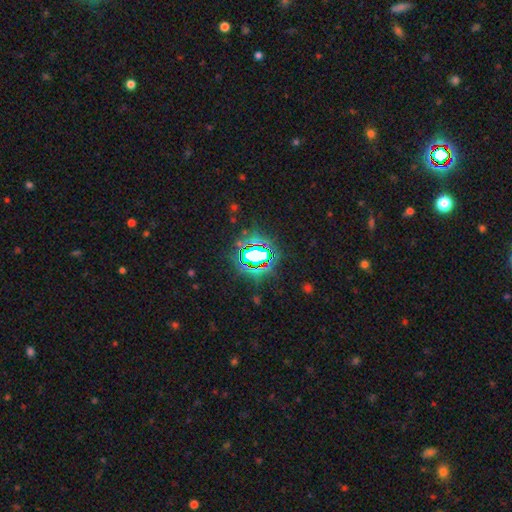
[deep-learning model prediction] Smooth or featured? Predicted: star or artifact (p=0.72).